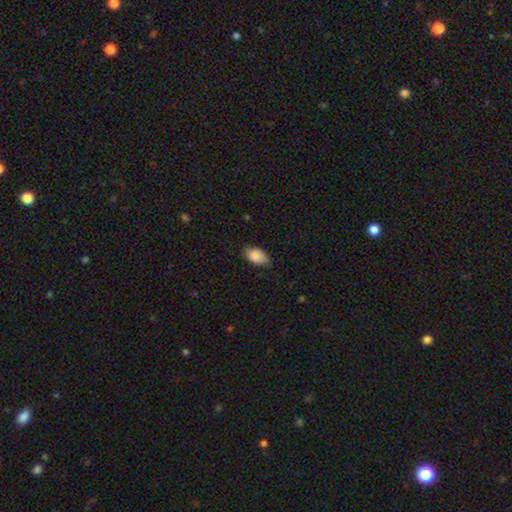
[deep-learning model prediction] Smooth or featured? smooth (87%)
How rounded? in between (93%)
Merging? none (78%)